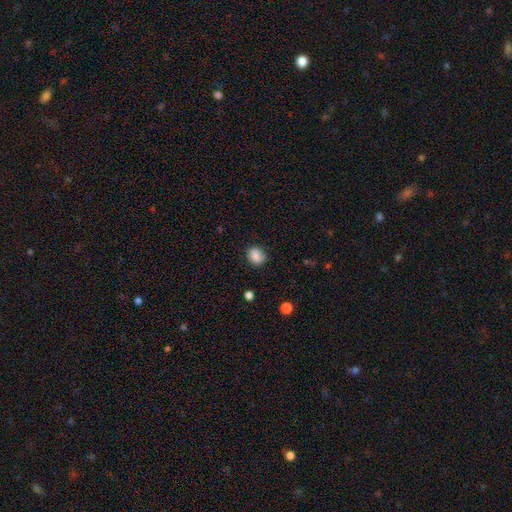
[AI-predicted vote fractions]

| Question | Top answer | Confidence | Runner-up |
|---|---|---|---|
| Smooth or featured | smooth | 86% | star or artifact (9%) |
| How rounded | round | 56% | in between (43%) |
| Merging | none | 83% | minor disturbance (12%) |